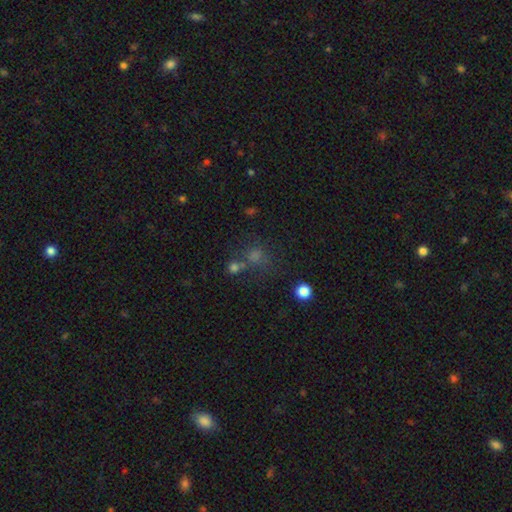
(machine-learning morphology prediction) Q: Smooth or featured?
A: smooth (55%); runner-up: star or artifact (33%)
Q: How rounded?
A: round (77%); runner-up: in between (21%)
Q: Merging?
A: none (54%); runner-up: merger (25%)